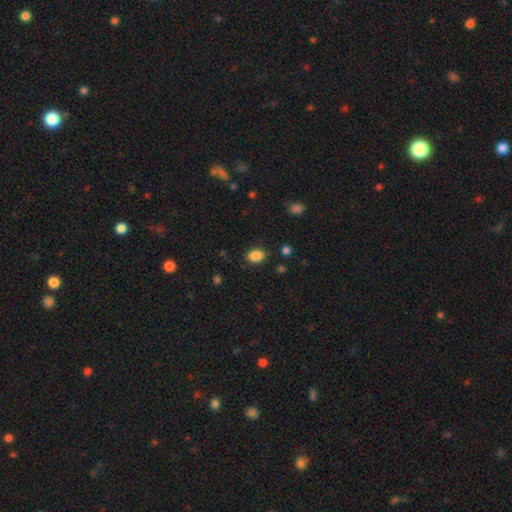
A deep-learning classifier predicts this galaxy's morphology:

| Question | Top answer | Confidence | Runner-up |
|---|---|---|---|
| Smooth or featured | smooth | 86% | star or artifact (10%) |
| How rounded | in between | 69% | round (30%) |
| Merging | none | 83% | minor disturbance (12%) |